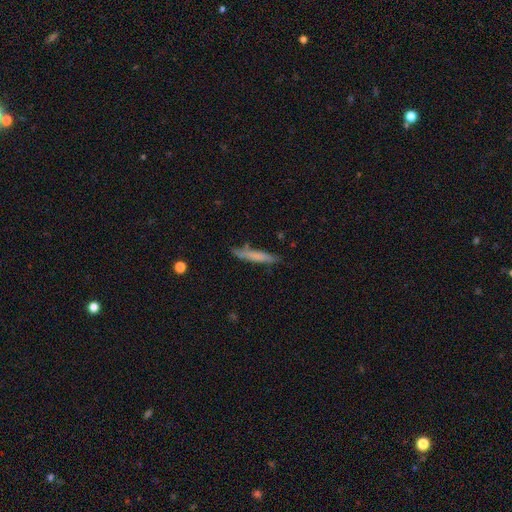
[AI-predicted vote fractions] Smooth or featured?
  - smooth: 65% *
  - featured or disk: 28%
  - star or artifact: 7%
How rounded?
  - cigar-shaped: 93% *
  - in between: 6%
  - round: 1%
Merging?
  - none: 76% *
  - minor disturbance: 17%
  - major disturbance: 4%
  - merger: 3%